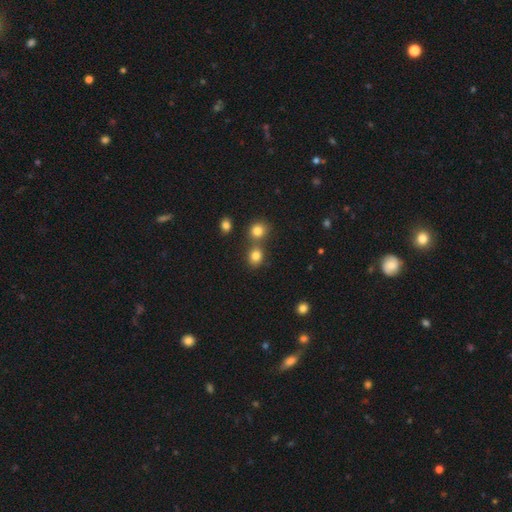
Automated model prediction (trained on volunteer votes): Morphology: type=smooth (81%); roundness=round (70%); merging=none (56%).